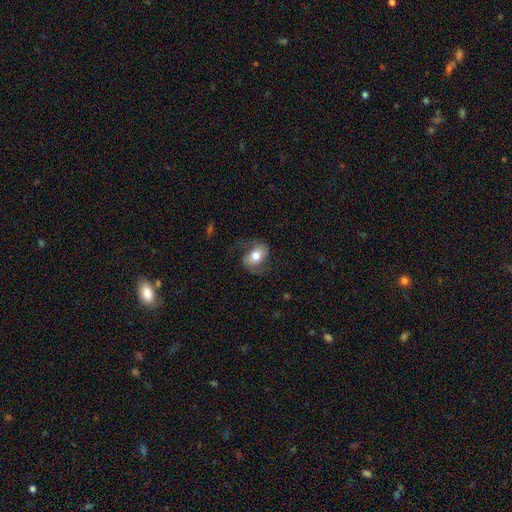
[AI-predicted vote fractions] A smooth galaxy with no disk features (50%).

Vote fractions:
- Smooth or featured? smooth: 50% / featured or disk: 43% / star or artifact: 7%
- Merging? none: 65% / minor disturbance: 20% / major disturbance: 15% / merger: 1%